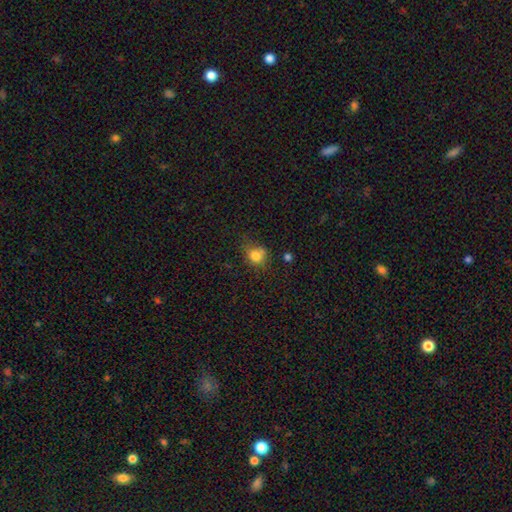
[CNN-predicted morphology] This appears to be a smooth galaxy with no disk features (79%) that is round (65%). Merging: none (54%).